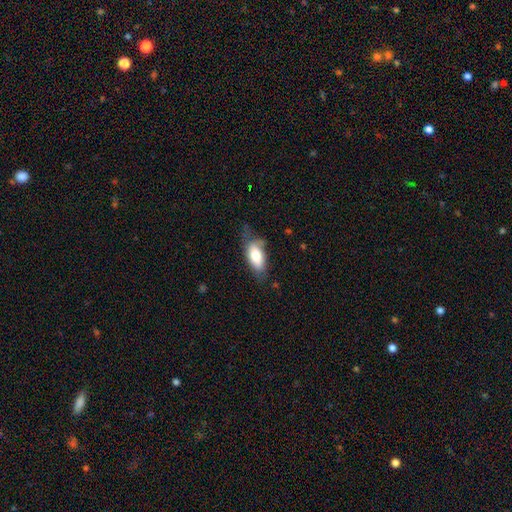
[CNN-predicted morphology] smooth_or_featured: smooth (p=0.75) [alt: featured or disk p=0.18]
how_rounded: in between (p=0.87) [alt: cigar-shaped p=0.10]
merging: none (p=0.53) [alt: minor disturbance p=0.32]